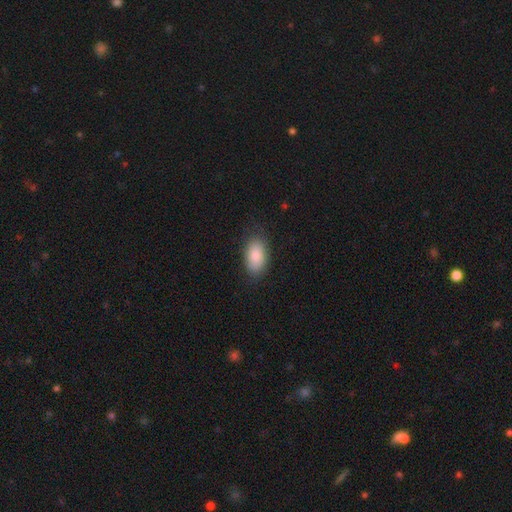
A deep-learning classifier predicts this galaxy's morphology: The model was most divided on "merging": none: 82%, minor disturbance: 14%, major disturbance: 4%, merger: 1%. More confident: how rounded — in between (93%); smooth or featured — smooth (84%).